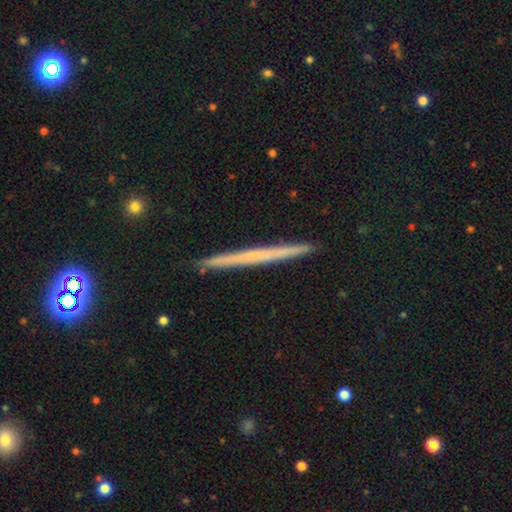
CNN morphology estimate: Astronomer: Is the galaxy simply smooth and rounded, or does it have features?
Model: featured or disk — 51% (runner-up: smooth, 40%).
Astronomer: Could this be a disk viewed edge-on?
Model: yes — 98%.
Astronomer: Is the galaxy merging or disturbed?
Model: none — 92%.